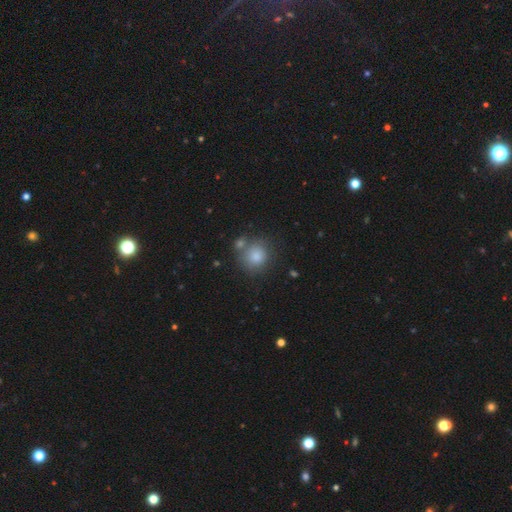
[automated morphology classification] A smooth galaxy with no disk features (83%) that is round (88%). Merging: none (64%).